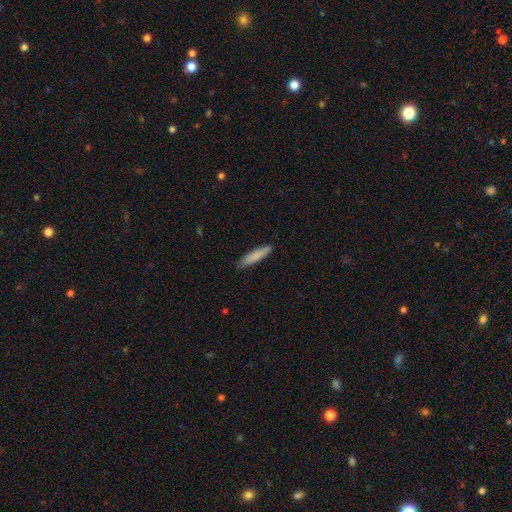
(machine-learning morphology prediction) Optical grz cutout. It shows a smooth galaxy with no disk features (82%) that is cigar-shaped (89%). Merging: none (87%).